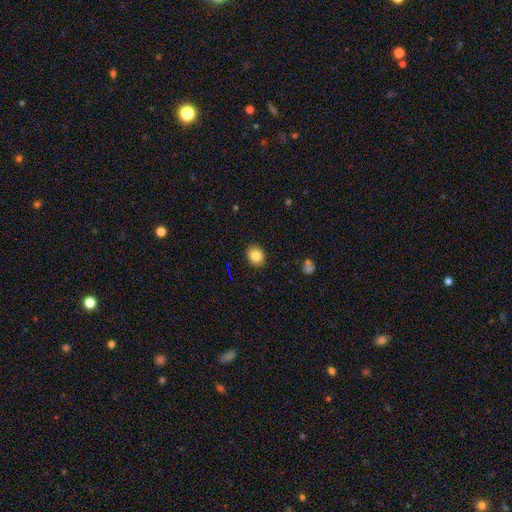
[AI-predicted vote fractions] Overall: smooth (83%). How rounded: round (65%; in between 34%). Merging: none (89%).